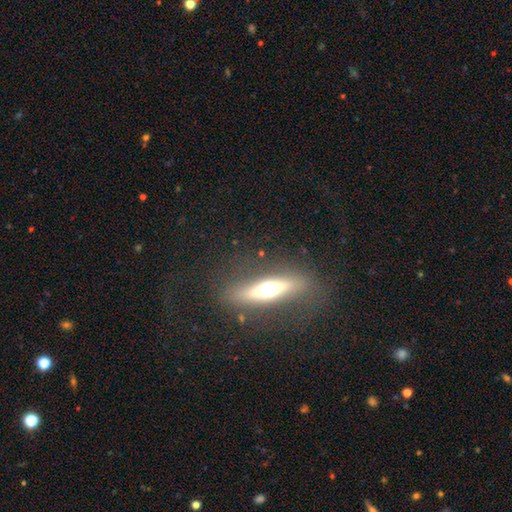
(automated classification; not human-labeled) Smooth or featured: featured or disk — 63% (smooth — 29%)
Edge-on disk: yes — 81% (no — 19%)
Edge-on bulge: rounded — 86% (none — 8%)
Merging: none — 72% (minor disturbance — 15%)